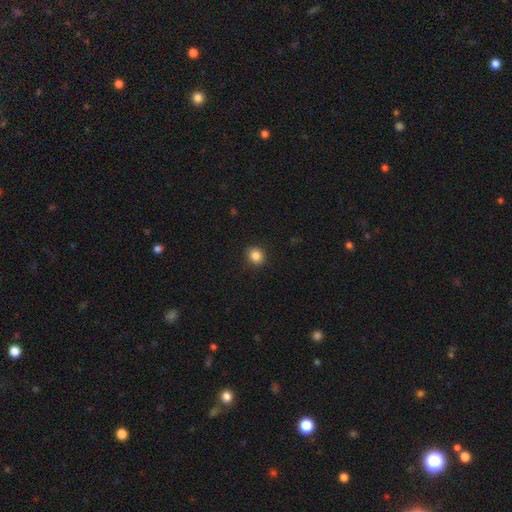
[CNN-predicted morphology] The model was most divided on "how rounded": round: 81%, in between: 18%, cigar-shaped: 1%. More confident: merging — none (91%); smooth or featured — smooth (85%).